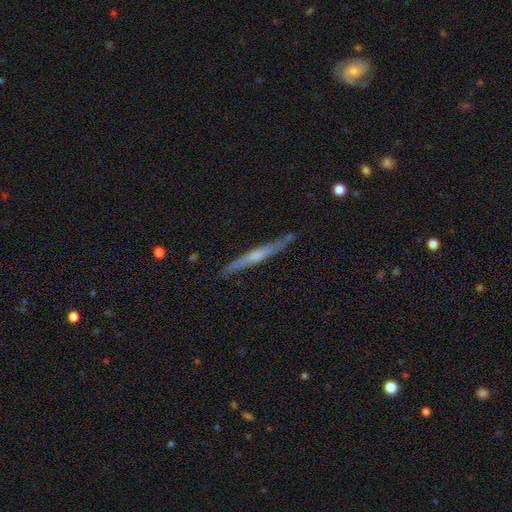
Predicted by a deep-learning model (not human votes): This is likely a featured or disk galaxy (63%). It is clearly viewed edge-on (94%). Edge-on bulge: possibly rounded (55%). Merging: clearly none (82%).